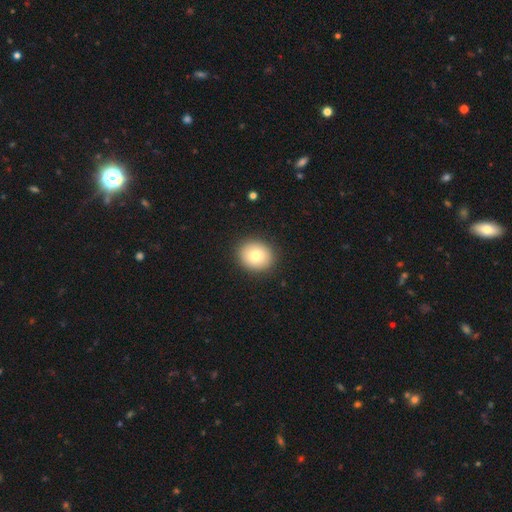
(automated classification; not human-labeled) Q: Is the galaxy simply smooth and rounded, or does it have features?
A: smooth — 79%.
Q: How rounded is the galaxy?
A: round — 70%.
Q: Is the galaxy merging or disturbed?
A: none — 90%.